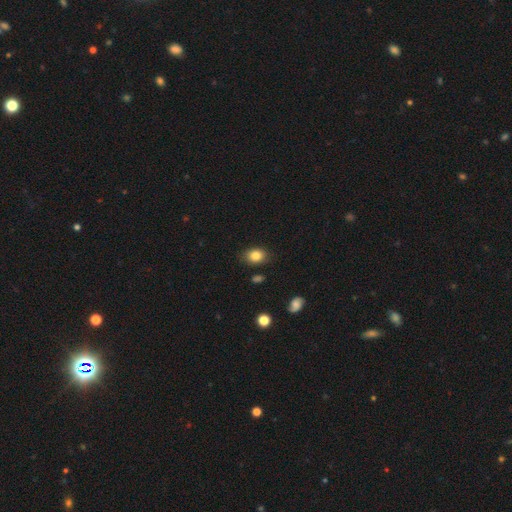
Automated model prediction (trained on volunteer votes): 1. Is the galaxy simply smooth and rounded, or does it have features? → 83% smooth, 9% star or artifact, 7% featured or disk.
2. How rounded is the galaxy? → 69% in between, 30% round, 1% cigar-shaped.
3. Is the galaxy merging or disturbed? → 83% none, 13% minor disturbance, 3% major disturbance, 2% merger.